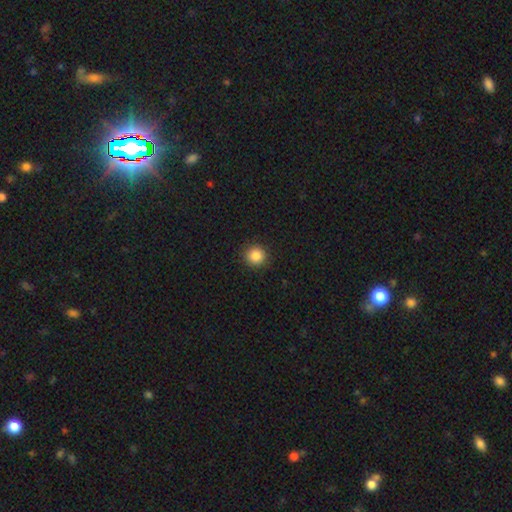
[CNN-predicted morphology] A smooth galaxy with no disk features (86%) that is round (93%). Merging: none (92%).